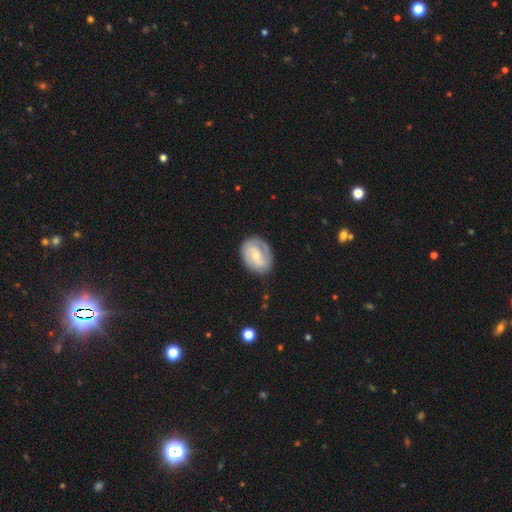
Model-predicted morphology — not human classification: Q: Smooth or featured?
A: featured or disk (66%); runner-up: smooth (28%)
Q: Edge-on disk?
A: no (97%); runner-up: yes (3%)
Q: Bar?
A: no (47%); runner-up: weak (40%)
Q: Spiral arms?
A: yes (84%); runner-up: no (16%)
Q: Spiral winding?
A: tight (43%); runner-up: medium (39%)
Q: Spiral arm count?
A: 2 (64%); runner-up: can't tell (18%)
Q: Bulge size?
A: small (54%); runner-up: moderate (41%)
Q: Merging?
A: none (74%); runner-up: minor disturbance (18%)